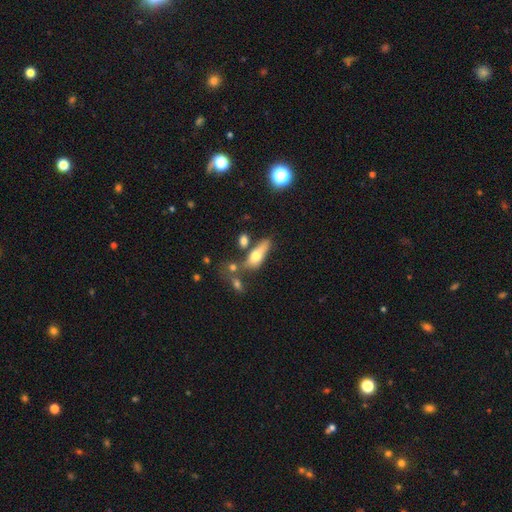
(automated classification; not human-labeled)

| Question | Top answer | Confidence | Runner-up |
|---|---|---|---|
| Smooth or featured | smooth | 65% | featured or disk (27%) |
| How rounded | in between | 61% | cigar-shaped (35%) |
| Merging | none | 43% | merger (24%) |